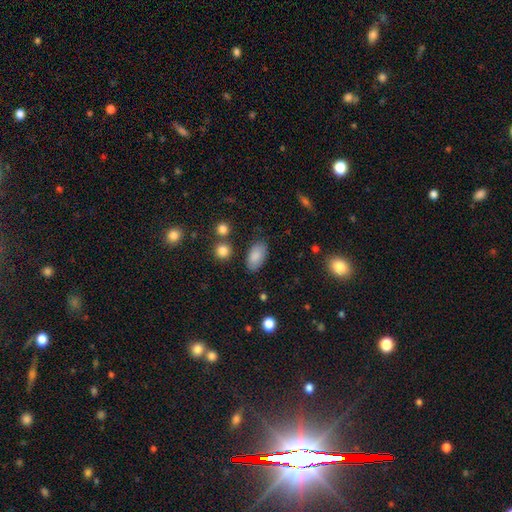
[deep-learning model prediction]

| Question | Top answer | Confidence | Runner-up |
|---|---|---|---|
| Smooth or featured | smooth | 86% | star or artifact (8%) |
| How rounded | in between | 93% | round (5%) |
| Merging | none | 81% | minor disturbance (13%) |